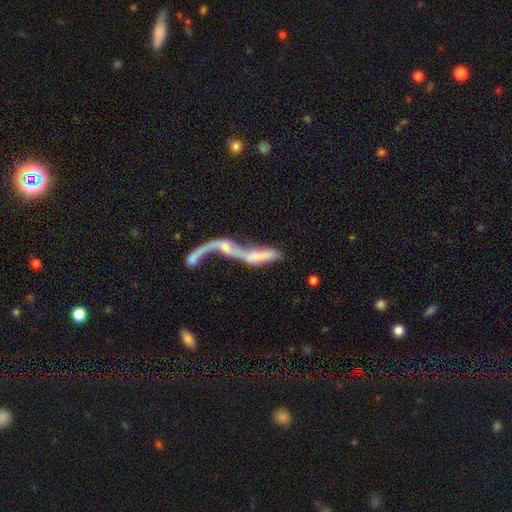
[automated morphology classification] Overall: featured or disk (58%; smooth 32%). Edge-on disk: no (81%). Merging: merger (70%).